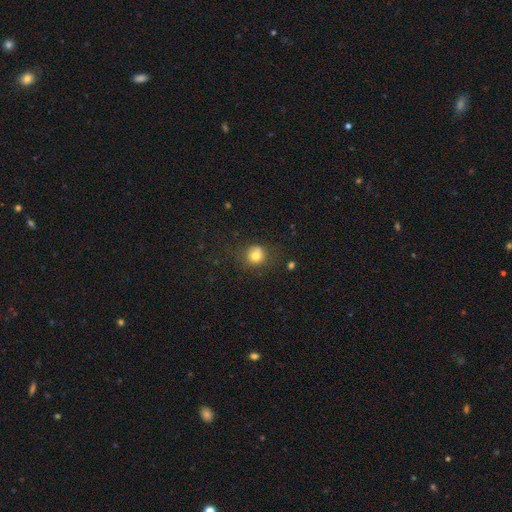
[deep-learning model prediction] Overall: smooth (76%). How rounded: round (87%). Merging: none (69%).